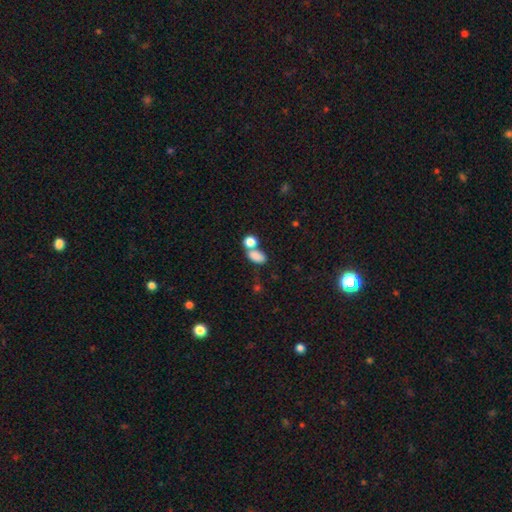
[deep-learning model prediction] This appears to be a smooth galaxy with no disk features (83%) that is in between round and cigar-shaped (85%). Merging: merger (45%).